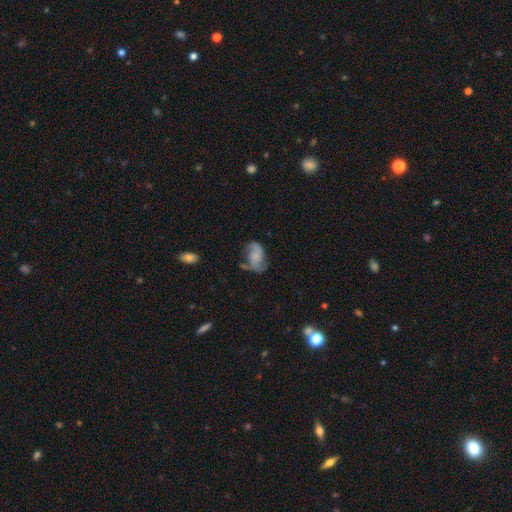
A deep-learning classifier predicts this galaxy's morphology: A featured or disk galaxy (60%) with no bar (64%), 2 (87%) loose (49%) spiral arms (89%) and no central bulge (37%). Merging: none (53%).